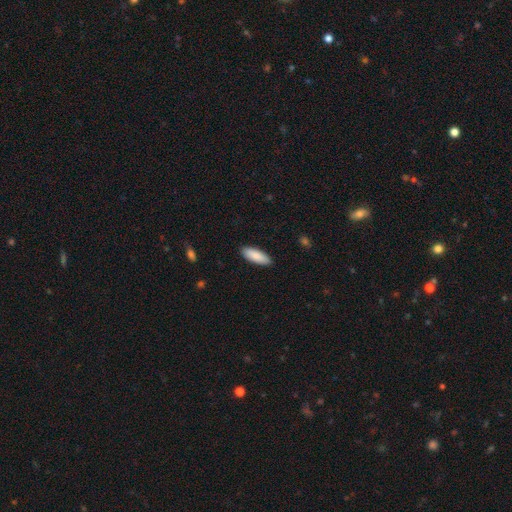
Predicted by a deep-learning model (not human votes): smooth_or_featured: smooth (p=0.89) [alt: featured or disk p=0.06]
how_rounded: in between (p=0.69) [alt: cigar-shaped p=0.29]
merging: none (p=0.89) [alt: minor disturbance p=0.08]